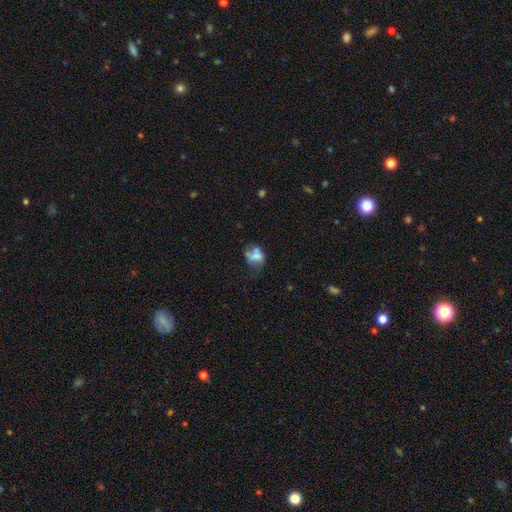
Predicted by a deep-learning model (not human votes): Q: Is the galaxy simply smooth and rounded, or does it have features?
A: smooth — 56%.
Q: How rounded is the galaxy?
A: in between — 63%.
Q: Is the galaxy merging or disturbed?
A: none — 33%.